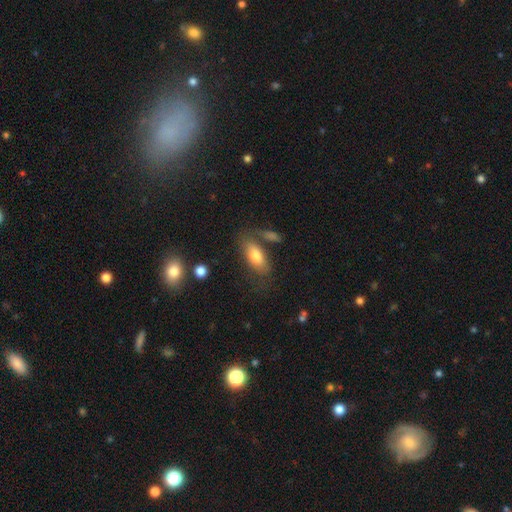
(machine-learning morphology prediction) The model was most divided on "merging": none: 59%, minor disturbance: 19%, merger: 13%, major disturbance: 9%. More confident: how rounded — in between (85%); smooth or featured — smooth (74%).